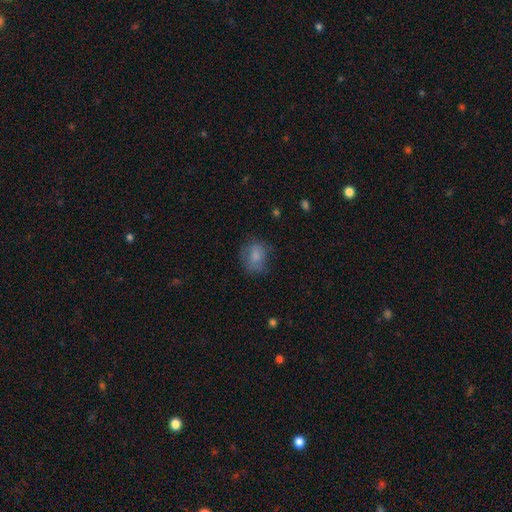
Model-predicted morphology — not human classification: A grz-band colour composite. It shows a smooth galaxy with no disk features (75%) that is round (58%). Merging: none (63%).